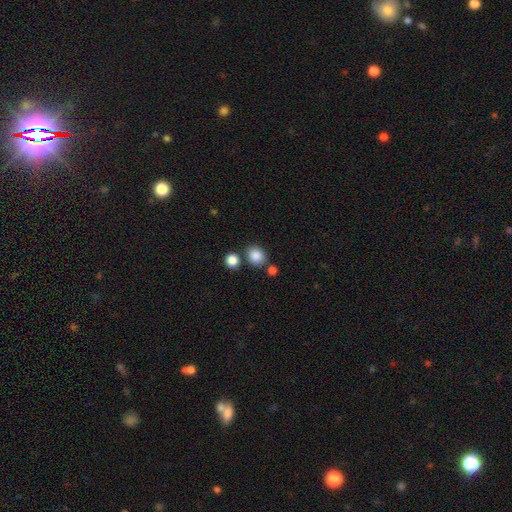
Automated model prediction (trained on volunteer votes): smooth 86%, star or artifact 10%, featured or disk 4%. Down the decision tree: how rounded — round (74%); merging — none (73%).